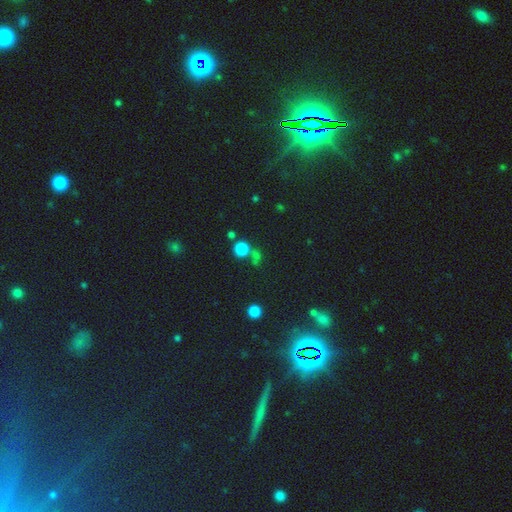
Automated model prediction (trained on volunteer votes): Smooth or featured? smooth (64%)
How rounded? round (89%)
Merging? none (64%)